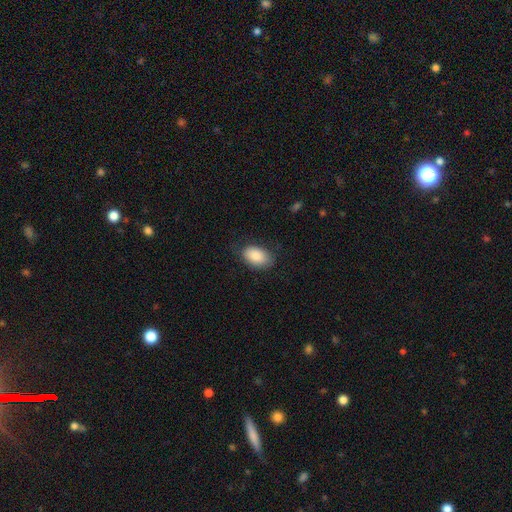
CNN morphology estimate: Smooth or featured? smooth (87%)
How rounded? in between (92%)
Merging? none (75%)